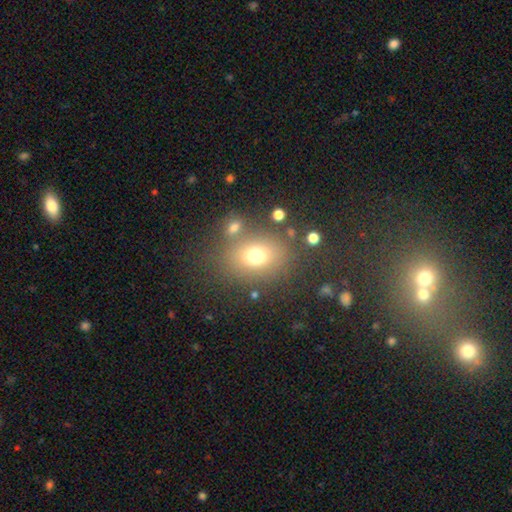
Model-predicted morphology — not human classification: Smooth or featured? Predicted: smooth (p=0.72). How rounded? Predicted: in between (p=0.51). Merging? Predicted: none (p=0.72).